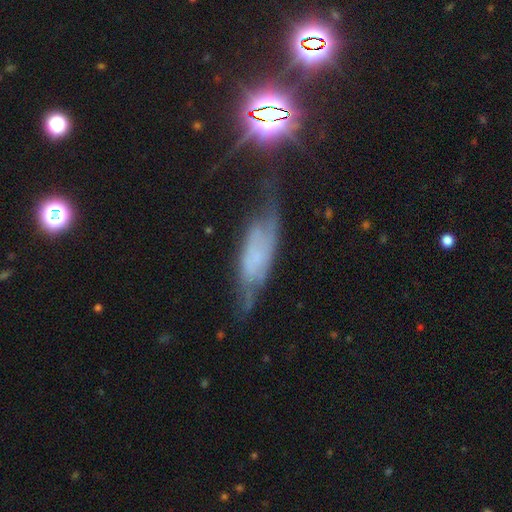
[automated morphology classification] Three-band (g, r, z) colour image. It shows a featured or disk galaxy (54%). Merging: none (49%).